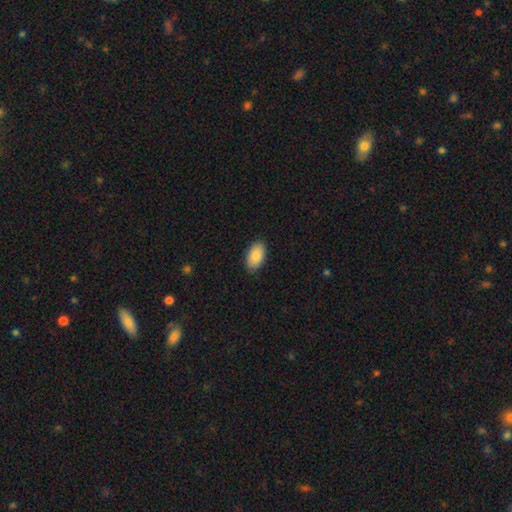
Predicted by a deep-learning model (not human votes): Overall: smooth (88%). How rounded: in between (95%). Merging: none (88%).